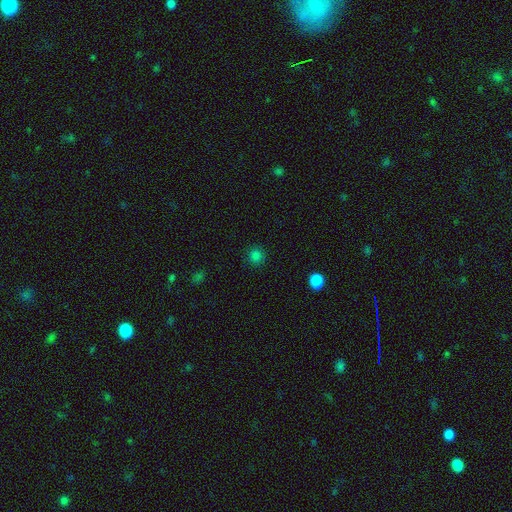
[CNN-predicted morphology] This appears to be a smooth galaxy with no disk features (81%) that is round (93%). Merging: none (91%).